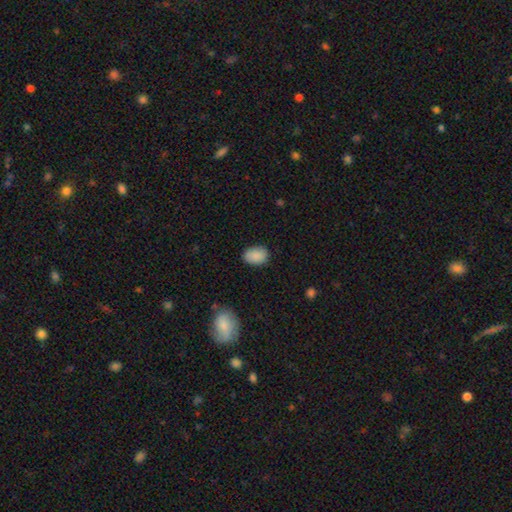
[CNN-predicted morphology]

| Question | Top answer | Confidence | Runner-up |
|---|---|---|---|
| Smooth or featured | smooth | 88% | star or artifact (8%) |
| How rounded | in between | 80% | round (19%) |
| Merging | none | 82% | minor disturbance (13%) |